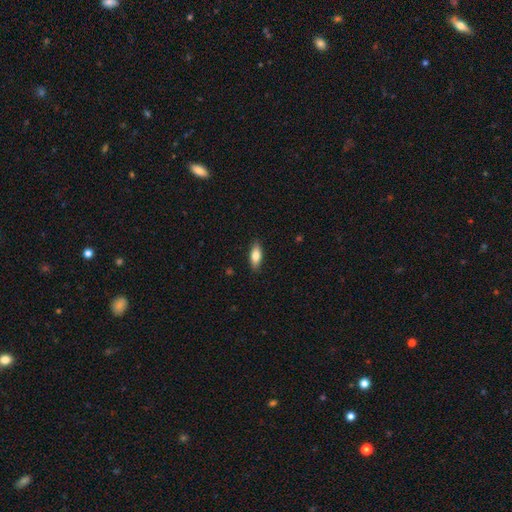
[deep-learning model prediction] This is likely a smooth galaxy (79%). How rounded: likely in between (76%). Merging: clearly none (88%).